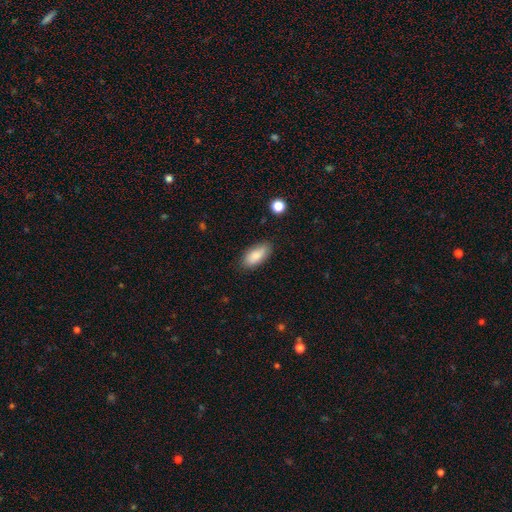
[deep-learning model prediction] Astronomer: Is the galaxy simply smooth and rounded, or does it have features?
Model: smooth — 84%.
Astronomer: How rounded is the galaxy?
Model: in between — 88%.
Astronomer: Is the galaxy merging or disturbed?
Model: none — 81%.